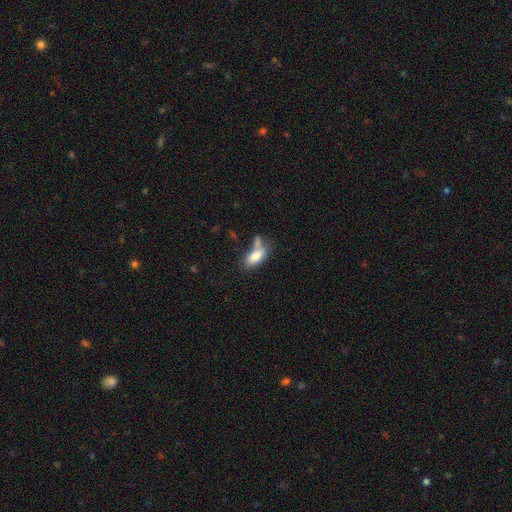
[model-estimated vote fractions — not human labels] Smooth or featured: smooth — 79% (featured or disk — 13%)
How rounded: in between — 81% (cigar-shaped — 16%)
Merging: none — 42% (merger — 31%)